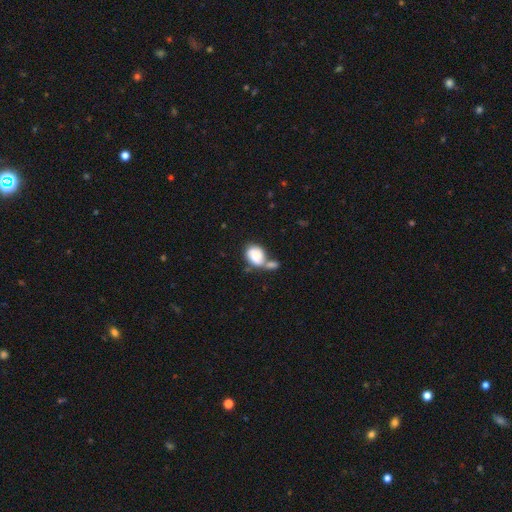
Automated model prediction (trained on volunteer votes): Smooth or featured?
  - smooth: 80% *
  - featured or disk: 13%
  - star or artifact: 7%
How rounded?
  - in between: 71% *
  - round: 27%
  - cigar-shaped: 1%
Merging?
  - merger: 55% *
  - none: 23%
  - minor disturbance: 14%
  - major disturbance: 8%